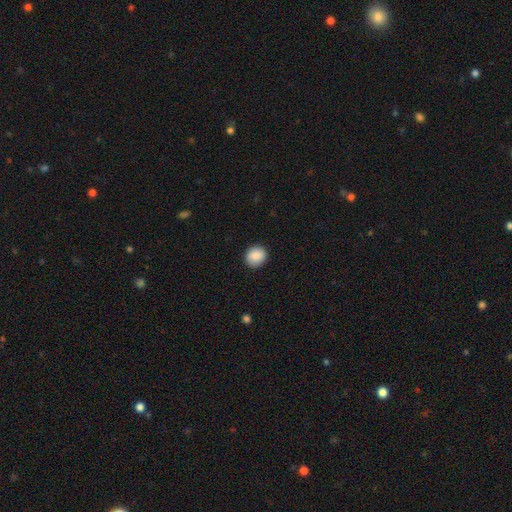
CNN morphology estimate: The model was most divided on "how rounded": round: 83%, in between: 16%, cigar-shaped: 1%. More confident: merging — none (90%); smooth or featured — smooth (86%).